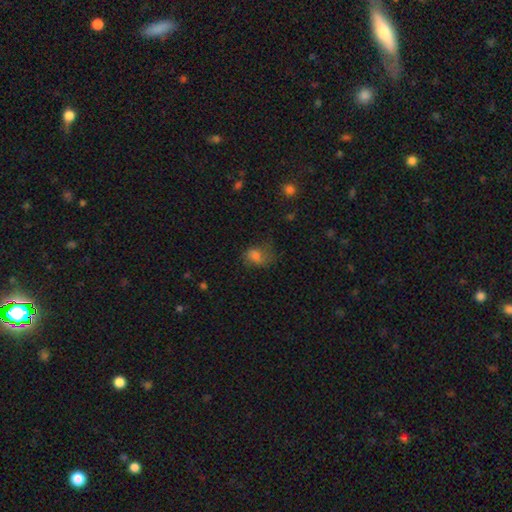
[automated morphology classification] Overall: smooth (68%). How rounded: in between (68%; round 30%). Merging: none (43%; minor disturbance 28%).